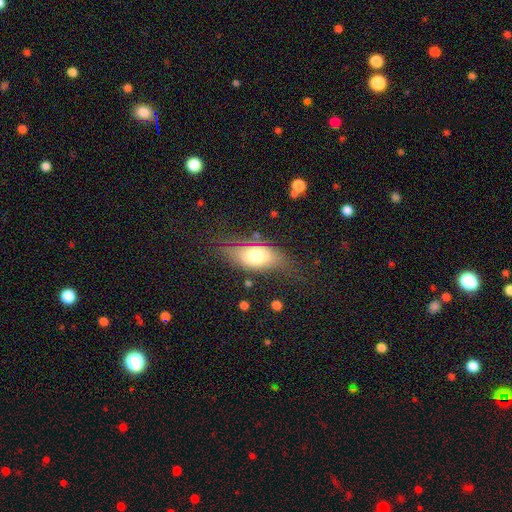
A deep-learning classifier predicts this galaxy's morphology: smooth_or_featured: smooth (p=0.66) [alt: featured or disk p=0.25]
how_rounded: in between (p=0.83) [alt: cigar-shaped p=0.10]
merging: none (p=0.65) [alt: minor disturbance p=0.22]